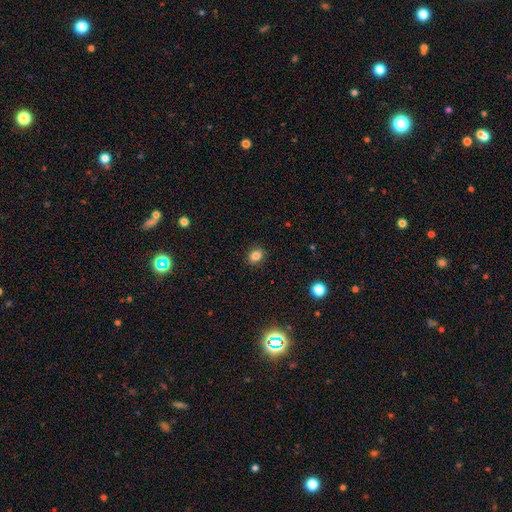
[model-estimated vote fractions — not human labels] A smooth galaxy with no disk features (84%) that is in between round and cigar-shaped (55%).

Vote fractions:
- Smooth or featured? smooth: 84% / star or artifact: 12% / featured or disk: 5%
- How rounded? in between: 55% / round: 44% / cigar-shaped: 1%
- Merging? none: 89% / minor disturbance: 8% / major disturbance: 2% / merger: 1%